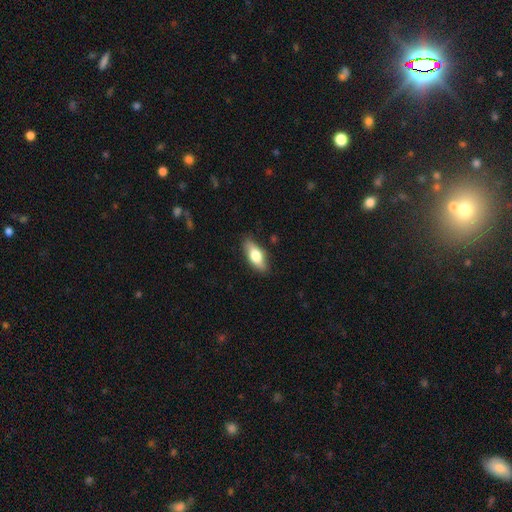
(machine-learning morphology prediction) A smooth galaxy with no disk features (68%) that is in between round and cigar-shaped (75%).

Vote fractions:
- Smooth or featured? smooth: 68% / featured or disk: 26% / star or artifact: 6%
- How rounded? in between: 75% / cigar-shaped: 22% / round: 3%
- Merging? none: 84% / minor disturbance: 13% / major disturbance: 2% / merger: 1%